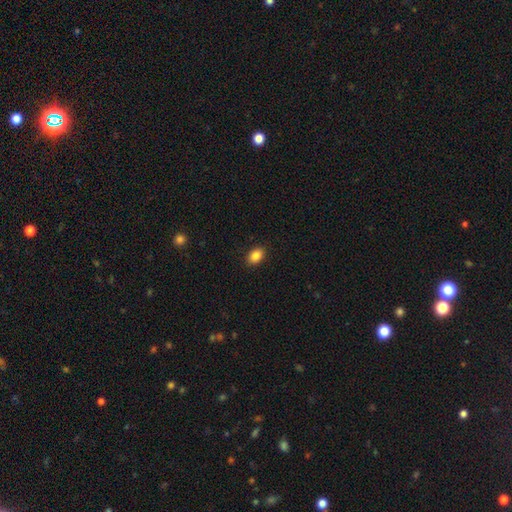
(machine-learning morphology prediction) smooth-or-featured: smooth: 87% | star or artifact: 9% | featured or disk: 4%
  how-rounded: in between: 82% | round: 17% | cigar-shaped: 1%
  merging: none: 90% | minor disturbance: 8% | major disturbance: 2% | merger: 1%